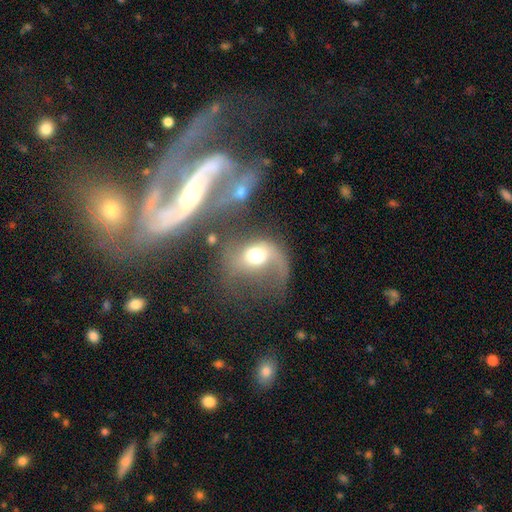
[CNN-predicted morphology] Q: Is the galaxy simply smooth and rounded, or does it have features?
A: featured or disk — 60%.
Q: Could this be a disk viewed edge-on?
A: no — 96%.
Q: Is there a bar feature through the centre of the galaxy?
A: no — 61%.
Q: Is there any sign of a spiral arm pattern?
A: yes — 80%.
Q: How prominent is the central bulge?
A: moderate — 56%.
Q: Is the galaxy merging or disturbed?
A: major disturbance — 35%.